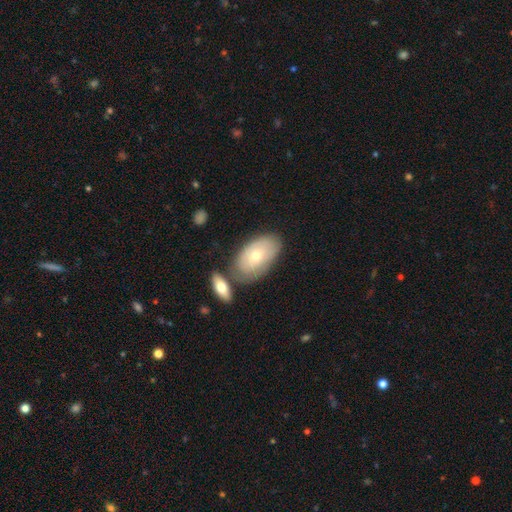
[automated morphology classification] smooth 60%, featured or disk 34%, star or artifact 6%. Down the decision tree: how rounded — in between (93%); merging — none (64%).